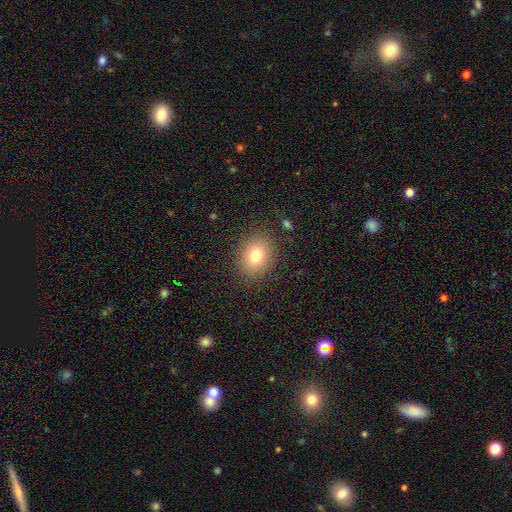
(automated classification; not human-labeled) smooth_or_featured: smooth (p=0.78) [alt: featured or disk p=0.11]
how_rounded: in between (p=0.50) [alt: round p=0.49]
merging: none (p=0.86) [alt: minor disturbance p=0.09]